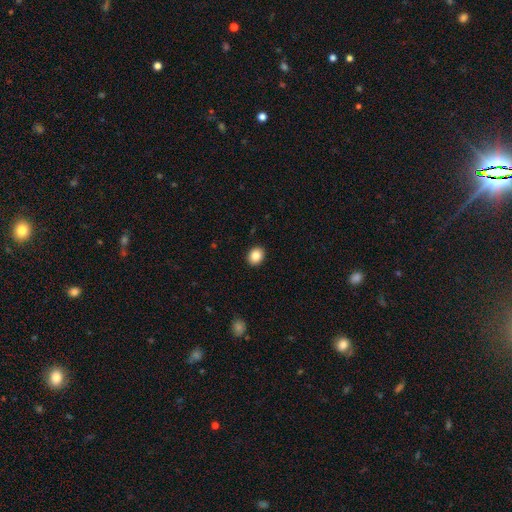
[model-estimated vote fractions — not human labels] smooth 85%, star or artifact 9%, featured or disk 6%. Down the decision tree: how rounded — round (58%); merging — none (92%).